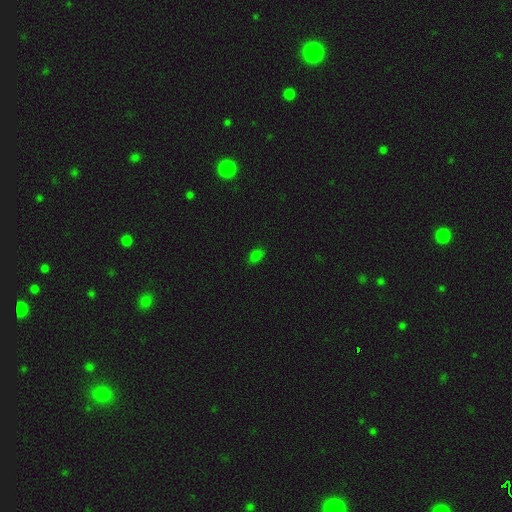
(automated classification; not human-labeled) Smooth or featured? smooth (75%)
How rounded? in between (78%)
Merging? none (84%)